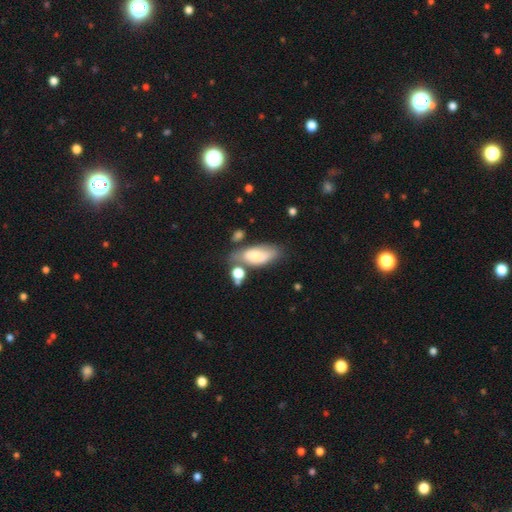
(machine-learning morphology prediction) Q: Smooth or featured?
A: smooth (70%); runner-up: featured or disk (22%)
Q: How rounded?
A: in between (85%); runner-up: cigar-shaped (12%)
Q: Merging?
A: none (50%); runner-up: minor disturbance (24%)